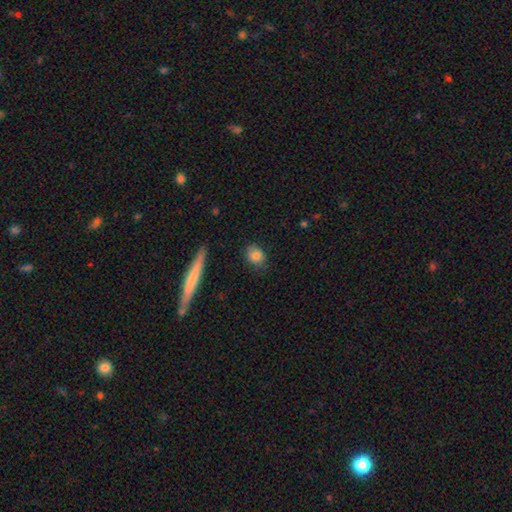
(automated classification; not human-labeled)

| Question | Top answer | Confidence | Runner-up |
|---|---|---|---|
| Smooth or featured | smooth | 82% | featured or disk (10%) |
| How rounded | round | 50% | in between (46%) |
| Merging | none | 82% | minor disturbance (13%) |